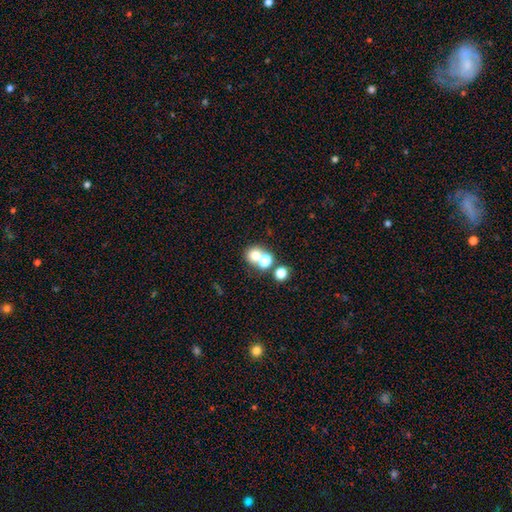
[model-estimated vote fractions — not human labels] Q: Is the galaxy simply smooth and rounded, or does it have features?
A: smooth — 69%.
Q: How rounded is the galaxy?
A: round — 79%.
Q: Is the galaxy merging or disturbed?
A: merger — 49%.